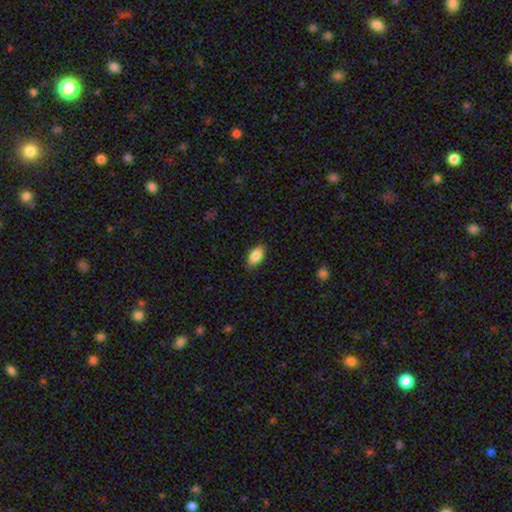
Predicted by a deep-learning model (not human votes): Overall: smooth (86%). How rounded: in between (92%). Merging: none (87%).